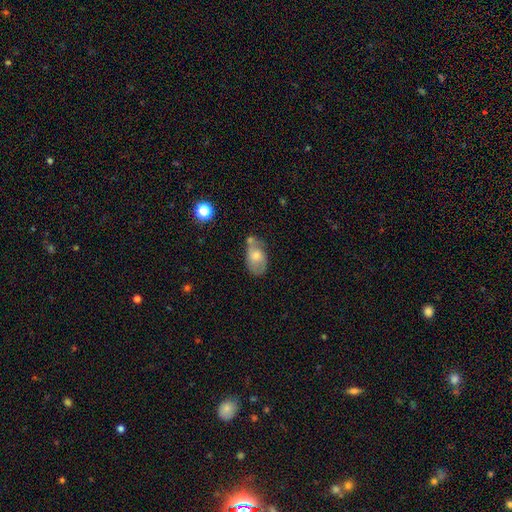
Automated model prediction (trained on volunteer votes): A smooth galaxy with no disk features (58%) that is in between round and cigar-shaped (88%).

Vote fractions:
- Smooth or featured? smooth: 58% / featured or disk: 33% / star or artifact: 9%
- How rounded? in between: 88% / round: 10% / cigar-shaped: 2%
- Merging? none: 43% / minor disturbance: 29% / merger: 18% / major disturbance: 10%